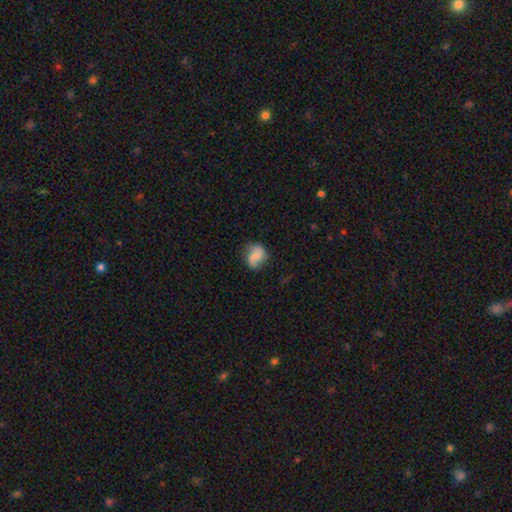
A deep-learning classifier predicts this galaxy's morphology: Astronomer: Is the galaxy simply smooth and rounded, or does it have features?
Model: featured or disk — 46% (runner-up: smooth, 45%).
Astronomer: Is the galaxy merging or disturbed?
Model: none — 69%.